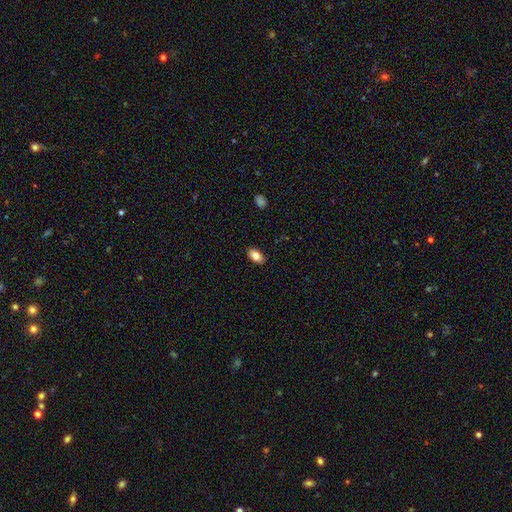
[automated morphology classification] Overall: smooth (83%). How rounded: in between (91%). Merging: none (87%).